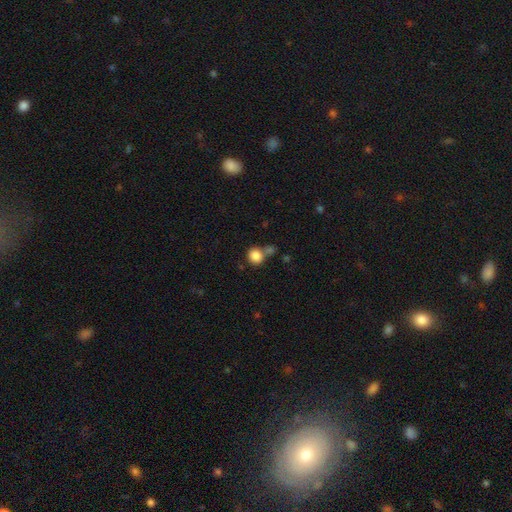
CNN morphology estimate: Q: Smooth or featured?
A: smooth (85%); runner-up: star or artifact (10%)
Q: How rounded?
A: round (87%); runner-up: in between (12%)
Q: Merging?
A: none (60%); runner-up: merger (25%)